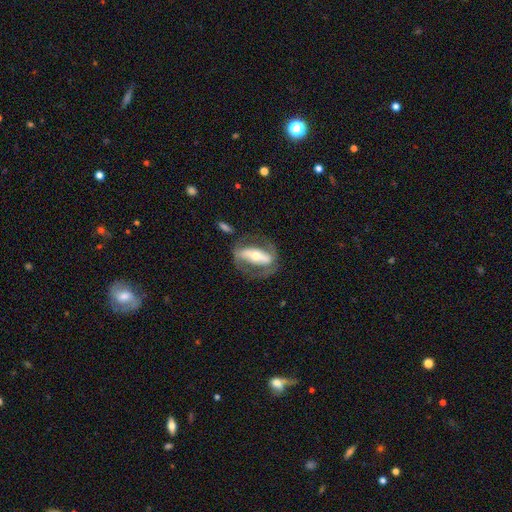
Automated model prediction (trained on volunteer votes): This is likely a featured or disk galaxy (74%). It is clearly not viewed edge-on (80%). Bar: likely strong (67%). Spiral arm pattern: possibly yes (58%). Central bulge: possibly moderate (55%). Merging: likely none (65%).